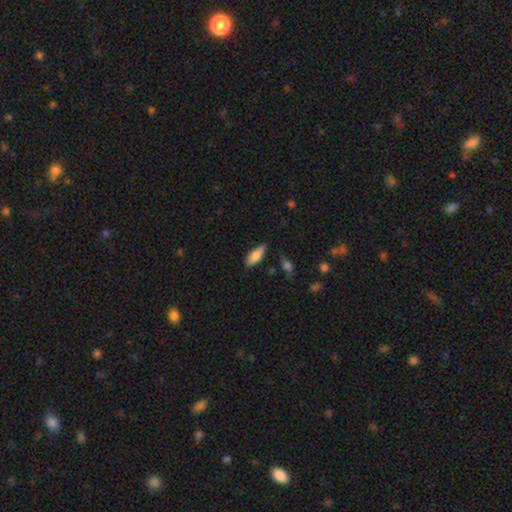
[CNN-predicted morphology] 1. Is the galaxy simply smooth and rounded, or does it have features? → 75% smooth, 19% featured or disk, 6% star or artifact.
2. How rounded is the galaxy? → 67% in between, 31% cigar-shaped, 2% round.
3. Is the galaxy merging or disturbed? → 83% none, 12% minor disturbance, 3% major disturbance, 2% merger.